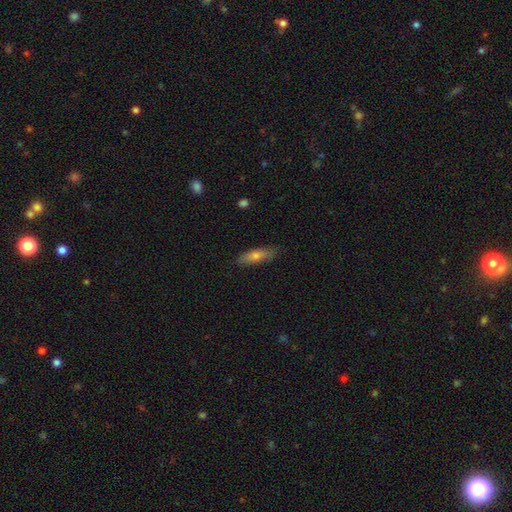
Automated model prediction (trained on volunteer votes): A smooth galaxy with no disk features (59%) that is cigar-shaped (69%).

Vote fractions:
- Smooth or featured? smooth: 59% / featured or disk: 33% / star or artifact: 8%
- How rounded? cigar-shaped: 69% / in between: 28% / round: 2%
- Merging? none: 86% / minor disturbance: 11% / major disturbance: 2% / merger: 1%